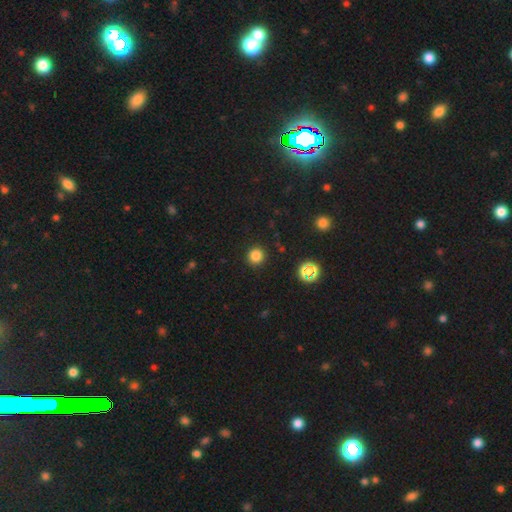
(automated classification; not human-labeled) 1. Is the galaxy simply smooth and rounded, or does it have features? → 82% smooth, 14% star or artifact, 4% featured or disk.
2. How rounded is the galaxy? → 94% round, 5% in between, 1% cigar-shaped.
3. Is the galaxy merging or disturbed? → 92% none, 5% minor disturbance, 2% major disturbance, 1% merger.